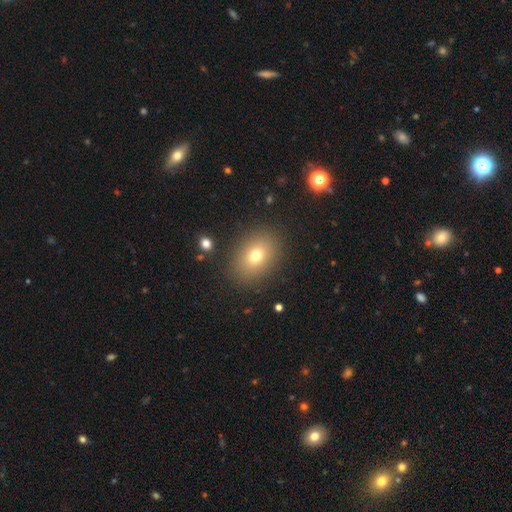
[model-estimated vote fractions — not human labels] Q: Smooth or featured?
A: smooth (74%); runner-up: star or artifact (14%)
Q: How rounded?
A: in between (65%); runner-up: round (34%)
Q: Merging?
A: none (87%); runner-up: minor disturbance (8%)